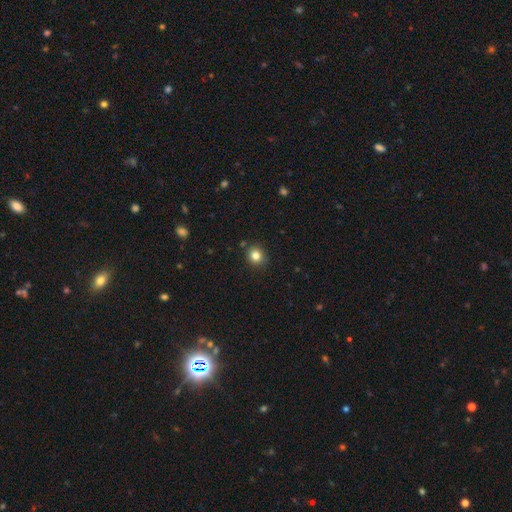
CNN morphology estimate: Q: Smooth or featured?
A: smooth (83%); runner-up: star or artifact (12%)
Q: How rounded?
A: round (84%); runner-up: in between (15%)
Q: Merging?
A: none (88%); runner-up: minor disturbance (8%)